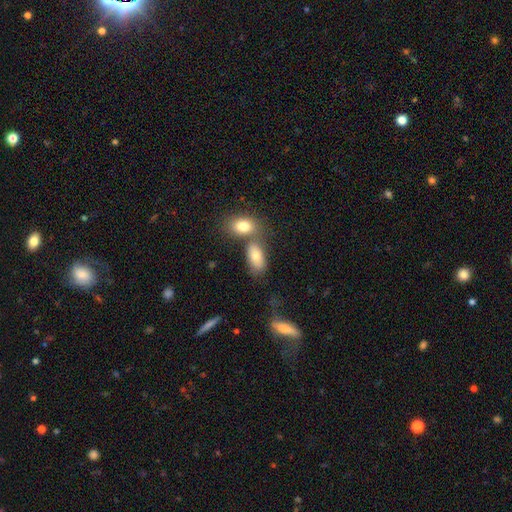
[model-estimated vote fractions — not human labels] smooth 75%, featured or disk 16%, star or artifact 9%. Down the decision tree: how rounded — in between (89%); merging — none (48%).